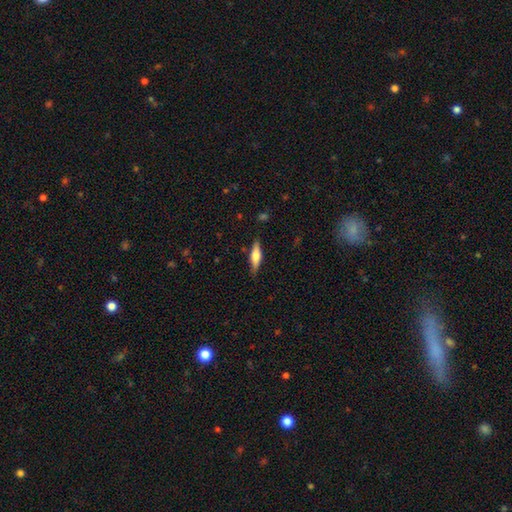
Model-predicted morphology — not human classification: A smooth galaxy with no disk features (56%) that is cigar-shaped (56%).

Vote fractions:
- Smooth or featured? smooth: 56% / featured or disk: 38% / star or artifact: 6%
- How rounded? cigar-shaped: 56% / in between: 42% / round: 2%
- Merging? none: 83% / minor disturbance: 13% / major disturbance: 3% / merger: 1%